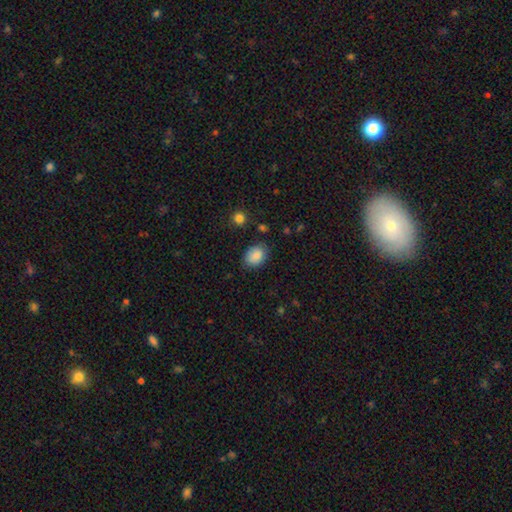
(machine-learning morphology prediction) type=smooth (88%); roundness=in between (63%); merging=none (79%).